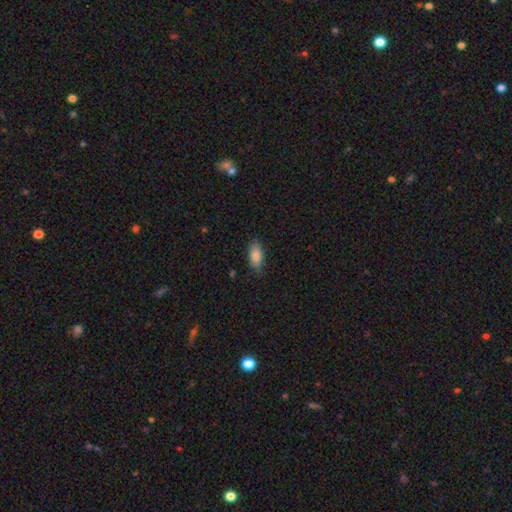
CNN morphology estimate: smooth 84%, featured or disk 9%, star or artifact 7%. Down the decision tree: how rounded — in between (87%); merging — none (78%).